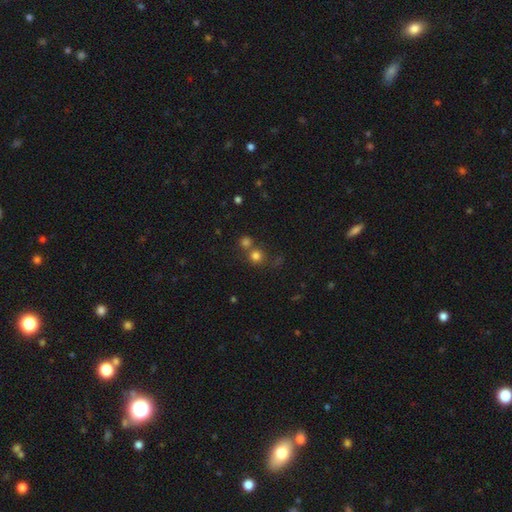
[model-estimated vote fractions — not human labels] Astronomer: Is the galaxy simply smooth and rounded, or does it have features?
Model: smooth — 75%.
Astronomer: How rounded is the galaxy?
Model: round — 91%.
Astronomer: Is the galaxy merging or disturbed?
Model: none — 59%.